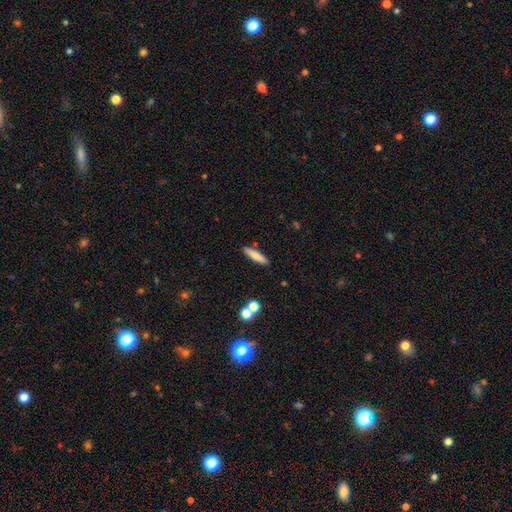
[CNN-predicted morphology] type=smooth (78%); roundness=cigar-shaped (81%); merging=none (88%).